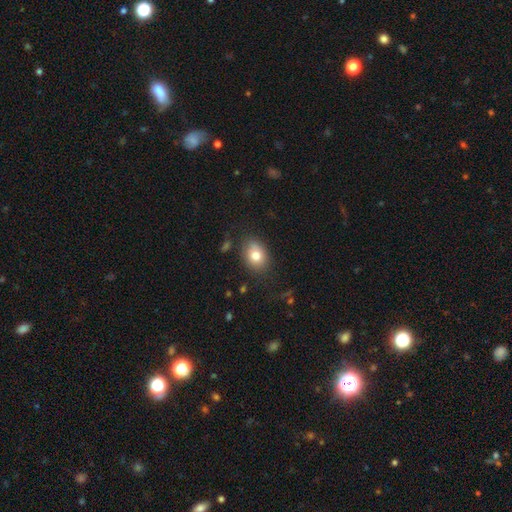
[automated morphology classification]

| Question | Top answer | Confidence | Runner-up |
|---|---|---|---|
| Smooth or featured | smooth | 78% | featured or disk (12%) |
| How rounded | in between | 65% | round (34%) |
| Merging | none | 78% | minor disturbance (15%) |